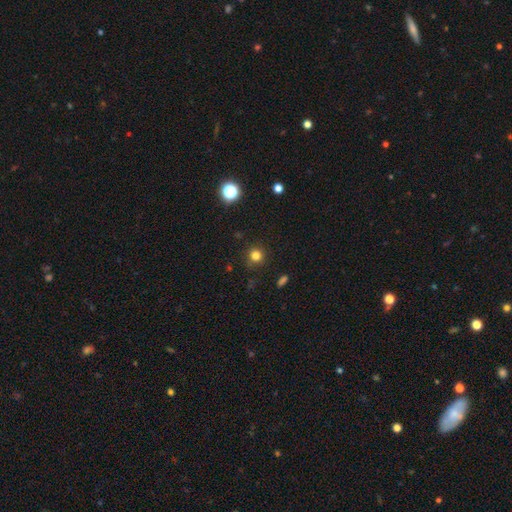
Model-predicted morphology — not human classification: This appears to be a smooth galaxy with no disk features (79%) that is round (91%). Merging: none (86%).